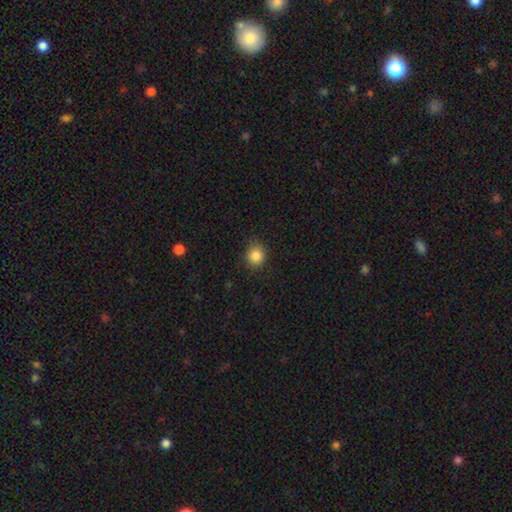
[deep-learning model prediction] Overall: smooth (86%). How rounded: round (75%). Merging: none (84%).